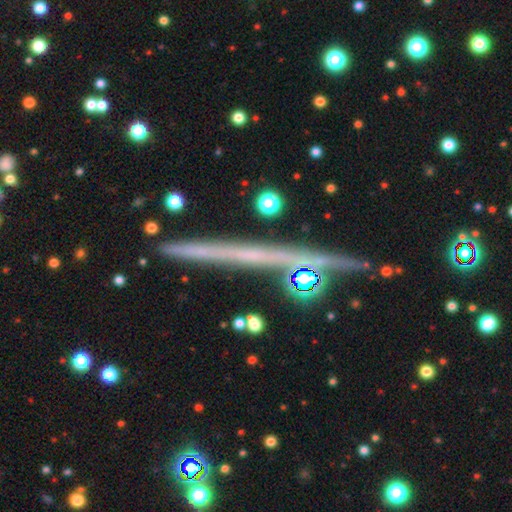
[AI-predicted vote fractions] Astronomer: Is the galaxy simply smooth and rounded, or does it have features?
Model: featured or disk — 48% (runner-up: star or artifact, 30%).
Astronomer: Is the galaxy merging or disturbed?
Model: none — 83%.